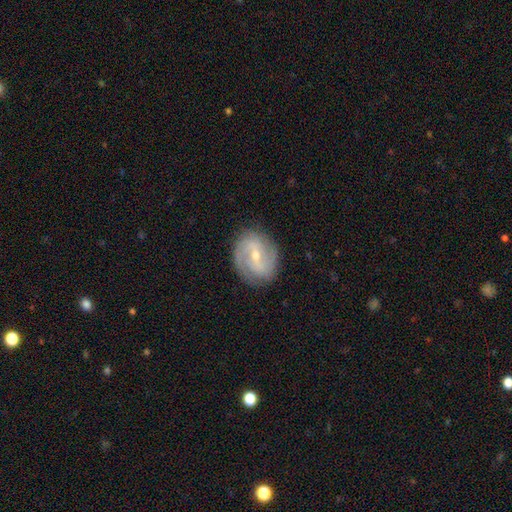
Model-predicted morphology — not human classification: type=featured or disk (81%); edge-on=no (97%); bar=weak (50%); spiral arms=yes (92%); winding=medium (43%); arm count=2 (73%); bulge=small (56%); merging=none (82%).